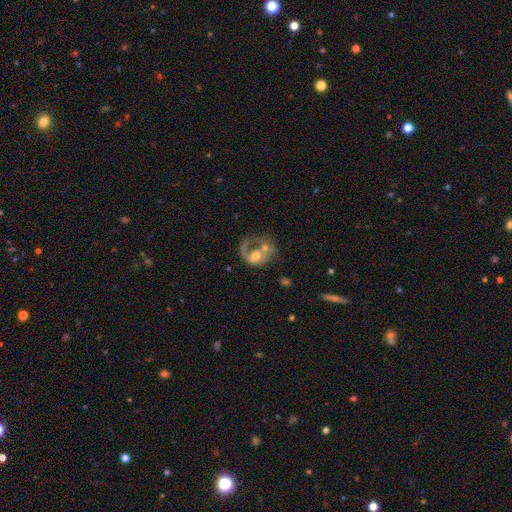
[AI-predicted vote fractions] Smooth or featured? Predicted: featured or disk (p=0.63). Edge-on disk? Predicted: no (p=0.98). Bar? Predicted: no (p=0.77). Spiral arms? Predicted: yes (p=0.56). Bulge size? Predicted: moderate (p=0.58). Merging? Predicted: major disturbance (p=0.35).